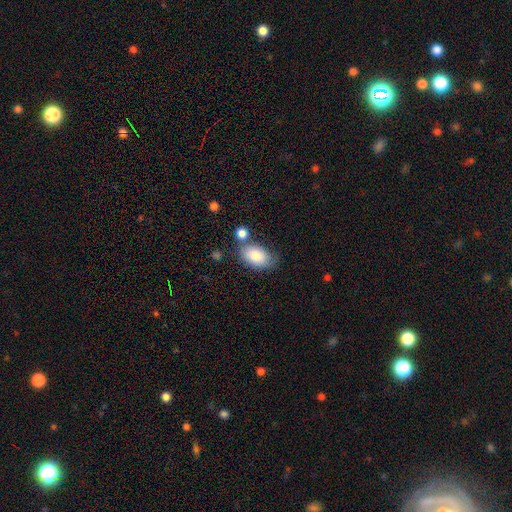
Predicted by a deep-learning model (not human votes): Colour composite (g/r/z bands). It shows a smooth galaxy with no disk features (83%) that is in between round and cigar-shaped (92%). Merging: none (58%).